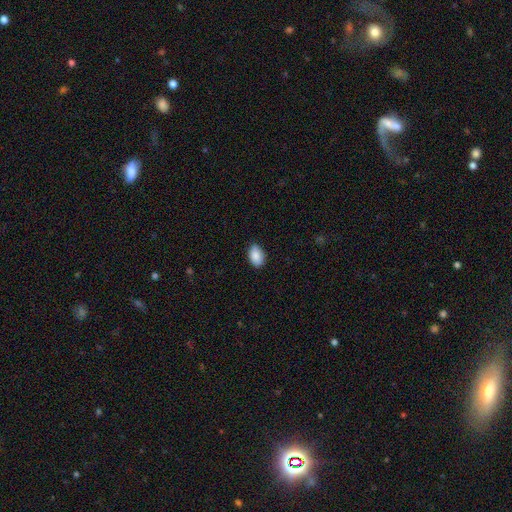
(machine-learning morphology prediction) smooth-or-featured: smooth: 89% | star or artifact: 7% | featured or disk: 4%
  how-rounded: in between: 90% | round: 9% | cigar-shaped: 1%
  merging: none: 87% | minor disturbance: 10% | major disturbance: 2% | merger: 1%